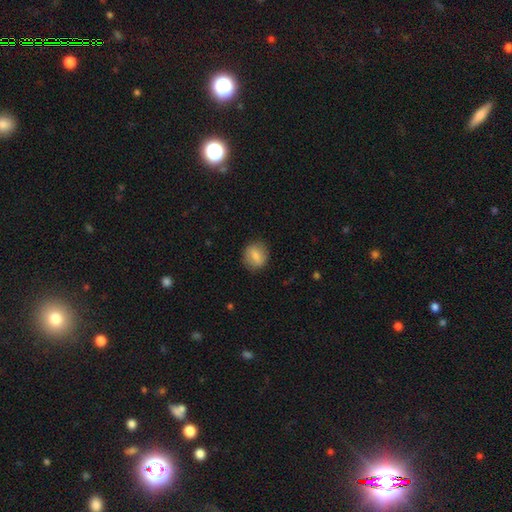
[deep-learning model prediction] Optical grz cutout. It shows a smooth galaxy with no disk features (73%) that is round (78%). Merging: none (86%).